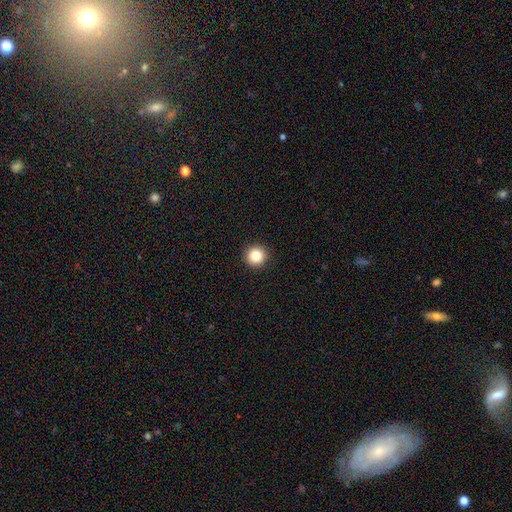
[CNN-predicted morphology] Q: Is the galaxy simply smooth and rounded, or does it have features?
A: smooth — 84%.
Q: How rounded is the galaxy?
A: round — 95%.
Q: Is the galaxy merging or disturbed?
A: none — 93%.